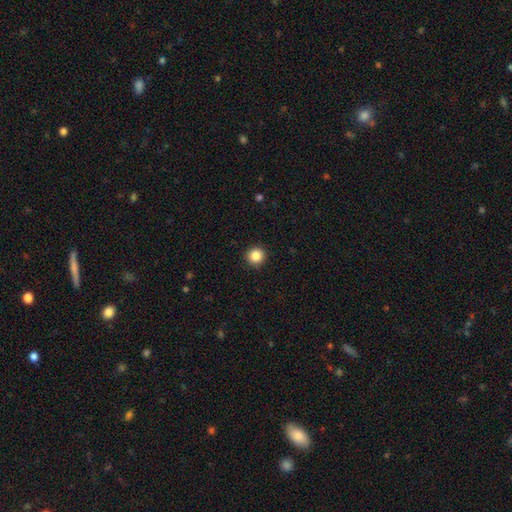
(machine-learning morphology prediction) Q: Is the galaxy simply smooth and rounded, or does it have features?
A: smooth — 86%.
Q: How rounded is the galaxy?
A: round — 94%.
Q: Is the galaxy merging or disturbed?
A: none — 93%.